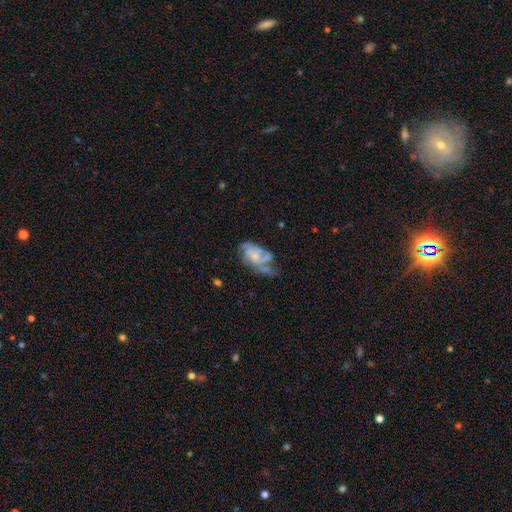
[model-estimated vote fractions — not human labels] Smooth or featured?
  - featured or disk: 71% *
  - smooth: 20%
  - star or artifact: 8%
Edge-on disk?
  - no: 97% *
  - yes: 3%
Bar?
  - no: 71% *
  - weak: 24%
  - strong: 5%
Spiral arms?
  - yes: 80% *
  - no: 20%
Spiral winding?
  - medium: 43% *
  - tight: 33%
  - loose: 24%
Spiral arm count?
  - can't tell: 29% *
  - 3: 27%
  - 2: 26%
  - 4: 8%
  - 1: 6%
  - more than 4: 5%
Bulge size?
  - small: 47% *
  - moderate: 29%
  - none: 18%
  - large: 4%
  - dominant: 2%
Merging?
  - none: 35% *
  - major disturbance: 31%
  - minor disturbance: 25%
  - merger: 10%